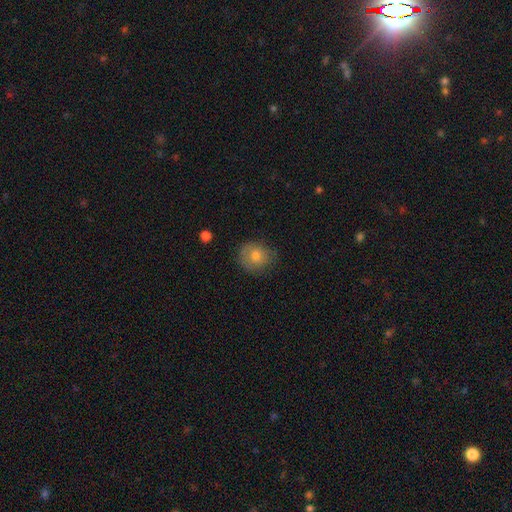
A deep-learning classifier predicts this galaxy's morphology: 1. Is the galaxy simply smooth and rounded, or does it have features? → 73% smooth, 17% featured or disk, 9% star or artifact.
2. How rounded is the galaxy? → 76% round, 23% in between, 1% cigar-shaped.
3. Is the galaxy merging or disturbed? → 71% none, 22% minor disturbance, 6% major disturbance, 1% merger.